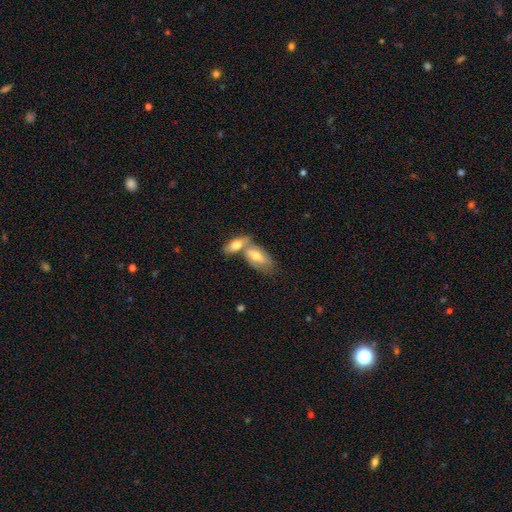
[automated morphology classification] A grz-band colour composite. It shows a smooth galaxy with no disk features (55%) that is in between round and cigar-shaped (87%). Merging: merger (58%).